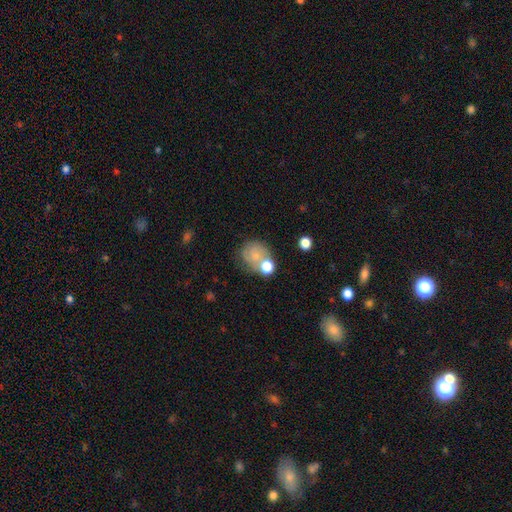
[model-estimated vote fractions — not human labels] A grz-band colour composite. It shows a smooth galaxy with no disk features (63%) that is round (71%). Merging: none (44%).